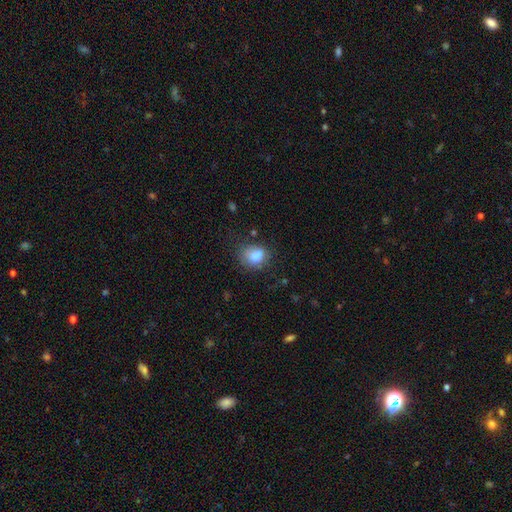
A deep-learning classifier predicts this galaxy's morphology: Smooth or featured: smooth — 80% (featured or disk — 11%)
How rounded: round — 51% (in between — 48%)
Merging: none — 53% (minor disturbance — 26%)